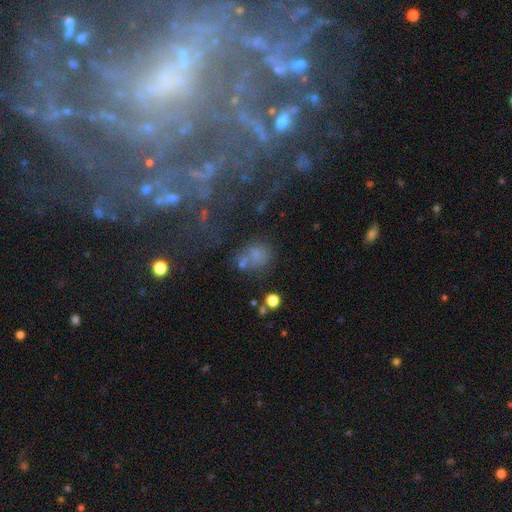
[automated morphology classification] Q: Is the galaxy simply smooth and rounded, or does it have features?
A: smooth — 63%.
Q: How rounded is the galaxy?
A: round — 53%.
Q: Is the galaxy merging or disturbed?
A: none — 48%.